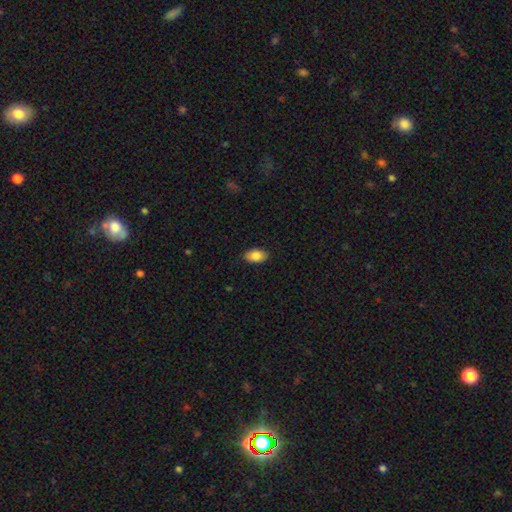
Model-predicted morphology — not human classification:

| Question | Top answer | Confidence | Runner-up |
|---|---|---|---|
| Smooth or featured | smooth | 85% | featured or disk (8%) |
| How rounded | in between | 92% | round (6%) |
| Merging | none | 88% | minor disturbance (9%) |